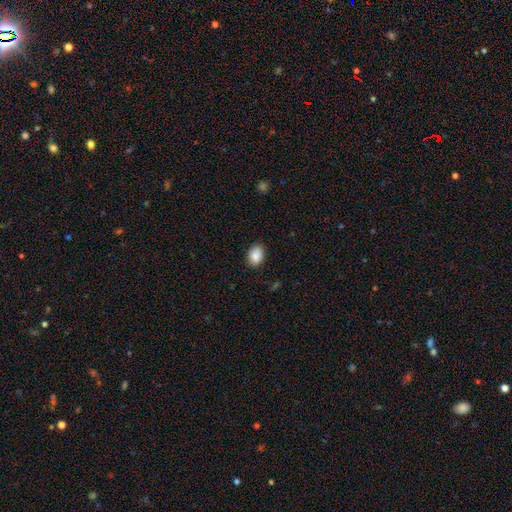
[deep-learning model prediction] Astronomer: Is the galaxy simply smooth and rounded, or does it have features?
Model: smooth — 89%.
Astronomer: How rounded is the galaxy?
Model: in between — 79%.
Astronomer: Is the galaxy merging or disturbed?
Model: none — 86%.